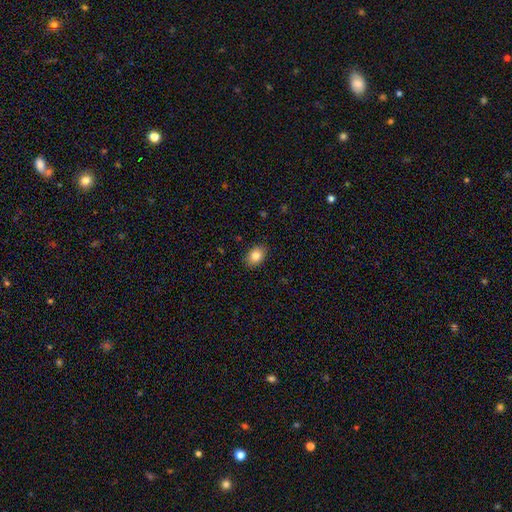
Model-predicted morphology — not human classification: Smooth or featured? Predicted: smooth (p=0.83). How rounded? Predicted: in between (p=0.73). Merging? Predicted: none (p=0.88).